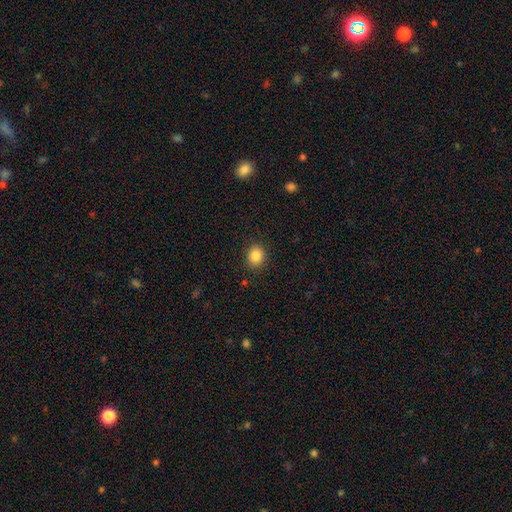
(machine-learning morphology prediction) This appears to be a smooth galaxy with no disk features (86%) that is round (69%). Merging: none (89%).